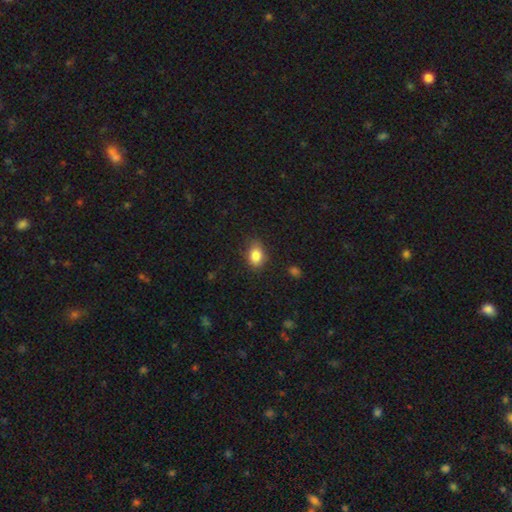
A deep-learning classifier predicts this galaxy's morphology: smooth-or-featured: smooth: 85% | star or artifact: 9% | featured or disk: 6%
  how-rounded: in between: 77% | round: 21% | cigar-shaped: 1%
  merging: none: 79% | minor disturbance: 16% | major disturbance: 4% | merger: 1%